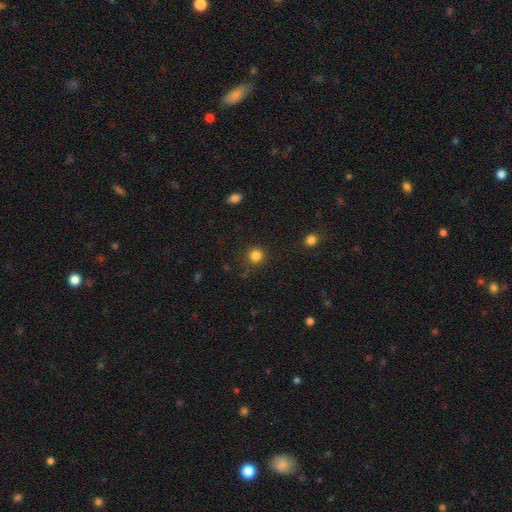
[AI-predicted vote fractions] smooth_or_featured: smooth (p=0.83) [alt: star or artifact p=0.13]
how_rounded: round (p=0.93) [alt: in between p=0.06]
merging: none (p=0.87) [alt: minor disturbance p=0.08]